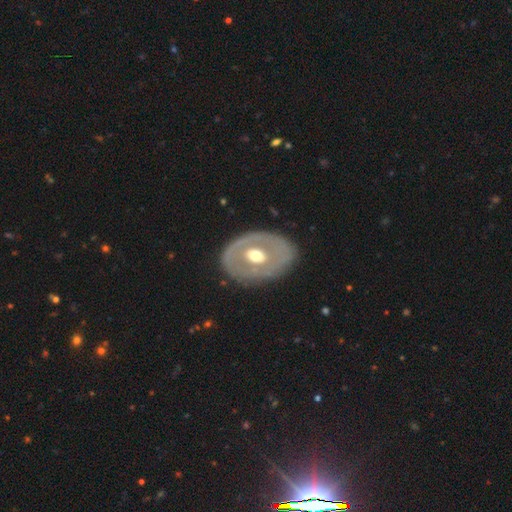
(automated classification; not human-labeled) A featured or disk galaxy (64%) with no bar (70%), no spiral arms (81%) and a moderate central bulge (73%).

Vote fractions:
- Smooth or featured? featured or disk: 64% / smooth: 31% / star or artifact: 5%
- Edge-on disk? no: 93% / yes: 7%
- Bar? no: 70% / weak: 21% / strong: 9%
- Spiral arms? no: 81% / yes: 19%
- Bulge size? moderate: 73% / large: 13% / small: 11% / dominant: 1% / none: 1%
- Merging? none: 77% / minor disturbance: 15% / major disturbance: 6% / merger: 2%